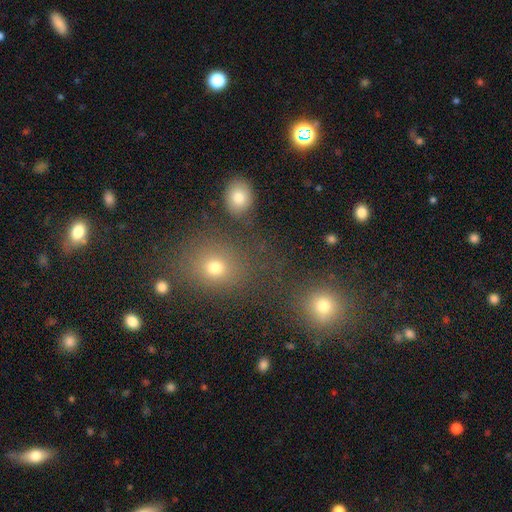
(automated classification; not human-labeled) smooth_or_featured: smooth (p=0.54) [alt: star or artifact p=0.37]
how_rounded: round (p=0.72) [alt: in between p=0.27]
merging: none (p=0.77) [alt: minor disturbance p=0.10]